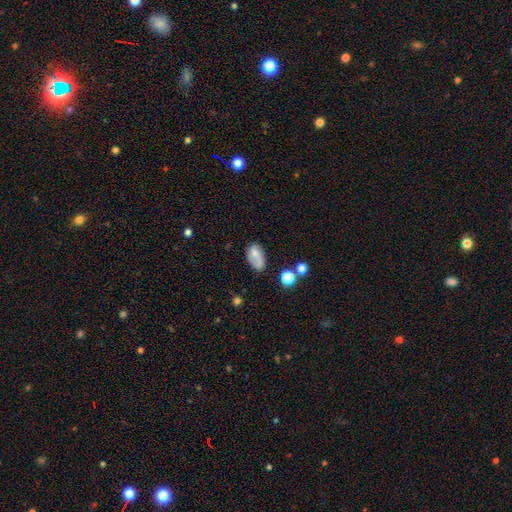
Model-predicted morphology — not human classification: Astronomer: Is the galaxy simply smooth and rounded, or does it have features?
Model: smooth — 69%.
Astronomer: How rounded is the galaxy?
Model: in between — 90%.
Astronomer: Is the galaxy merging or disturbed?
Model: none — 52% (runner-up: minor disturbance, 29%).